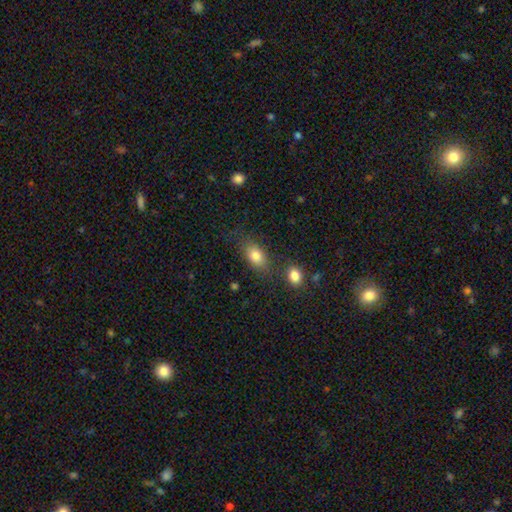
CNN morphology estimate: type=smooth (81%); roundness=in between (83%); merging=none (69%).